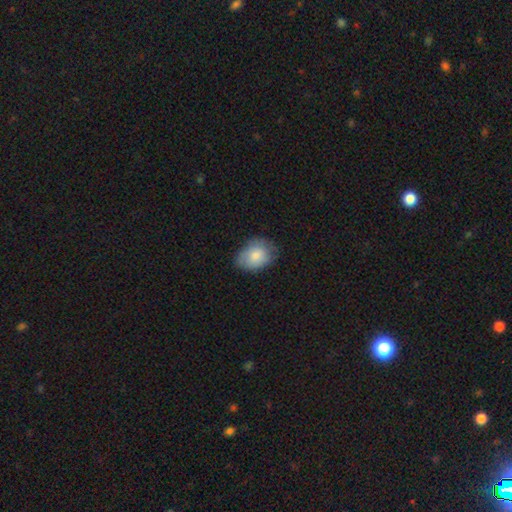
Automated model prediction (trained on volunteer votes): Smooth or featured? smooth (82%)
How rounded? in between (74%)
Merging? none (65%)